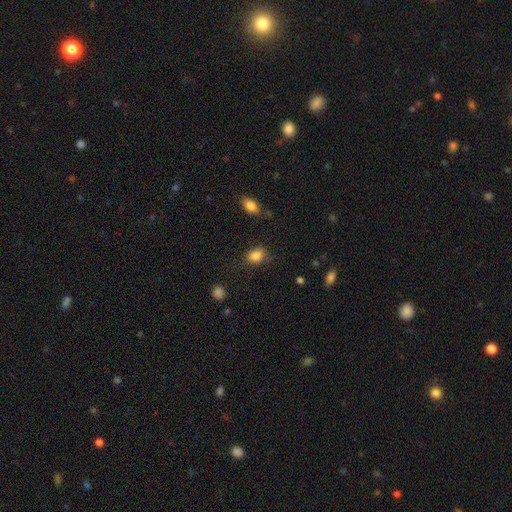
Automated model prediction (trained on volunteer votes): Morphology: type=smooth (84%); roundness=in between (66%); merging=none (61%).